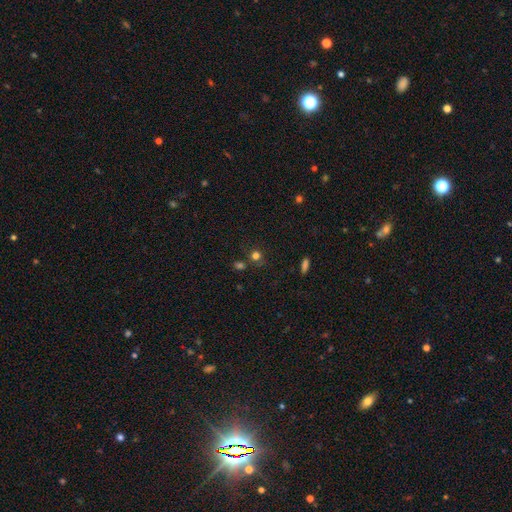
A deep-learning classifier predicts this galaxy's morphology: type=smooth (72%); roundness=round (87%); merging=none (72%).